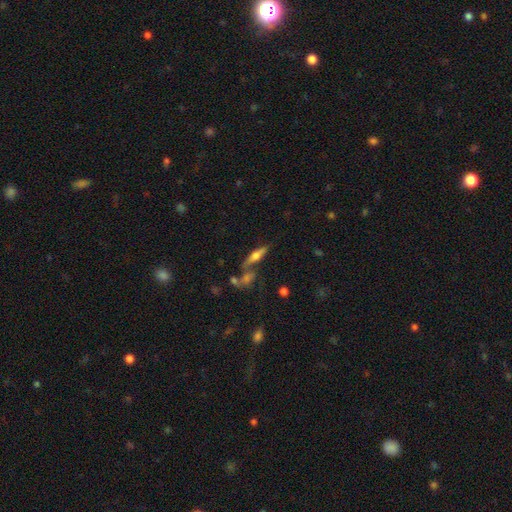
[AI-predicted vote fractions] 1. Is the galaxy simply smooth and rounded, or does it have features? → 54% featured or disk, 38% smooth, 9% star or artifact.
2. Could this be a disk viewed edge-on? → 90% yes, 10% no.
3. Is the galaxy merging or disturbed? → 60% none, 21% merger, 13% minor disturbance, 6% major disturbance.